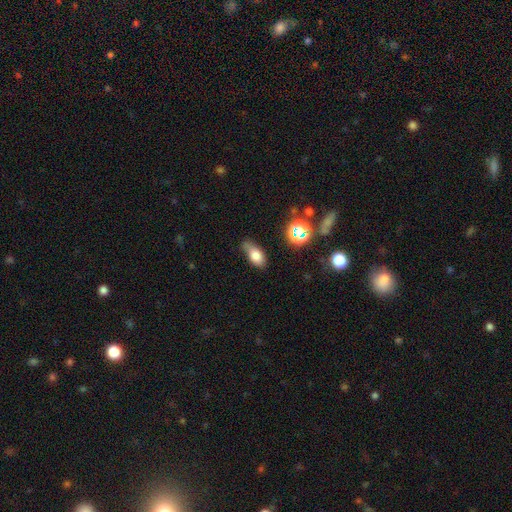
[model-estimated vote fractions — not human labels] This appears to be a smooth galaxy with no disk features (75%) that is in between round and cigar-shaped (86%). Merging: none (56%).